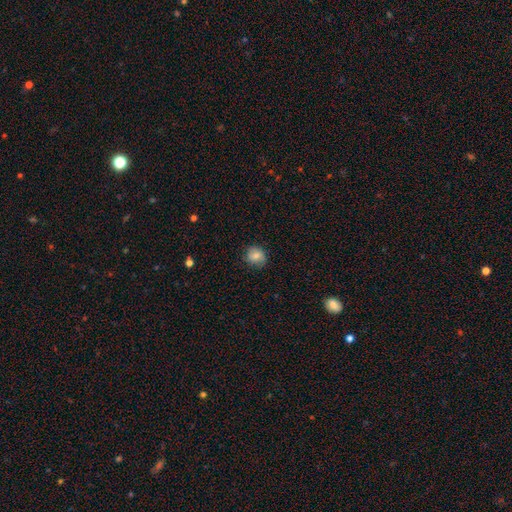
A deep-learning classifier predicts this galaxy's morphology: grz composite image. It shows a smooth galaxy with no disk features (80%) that is round (73%). Merging: none (77%).